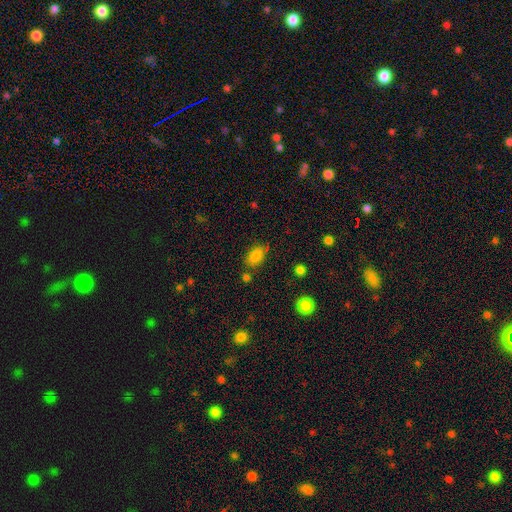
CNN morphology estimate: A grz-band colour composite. It shows a smooth galaxy with no disk features (84%) that is in between round and cigar-shaped (85%). Merging: none (72%).